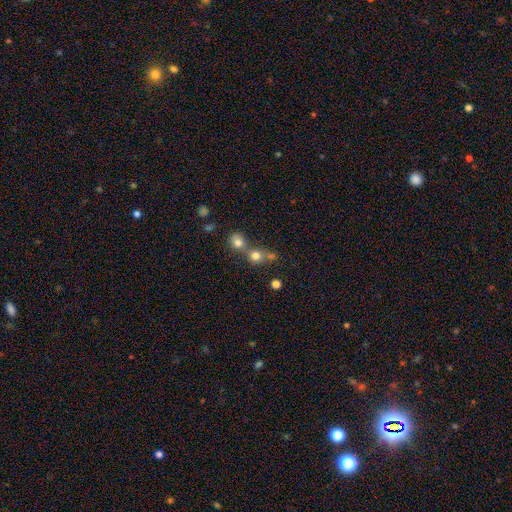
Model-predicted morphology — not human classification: The model was most divided on "merging": merger: 48%, none: 42%, minor disturbance: 7%, major disturbance: 3%. More confident: how rounded — round (85%); smooth or featured — smooth (75%).